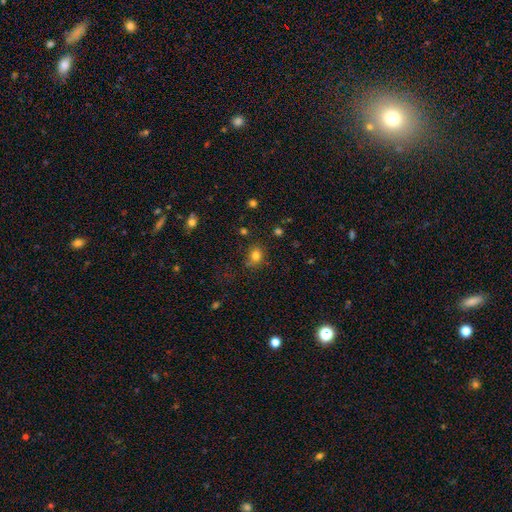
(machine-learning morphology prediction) A smooth galaxy with no disk features (79%) that is round (64%).

Vote fractions:
- Smooth or featured? smooth: 79% / star or artifact: 13% / featured or disk: 7%
- How rounded? round: 64% / in between: 35% / cigar-shaped: 1%
- Merging? none: 74% / minor disturbance: 17% / major disturbance: 5% / merger: 3%